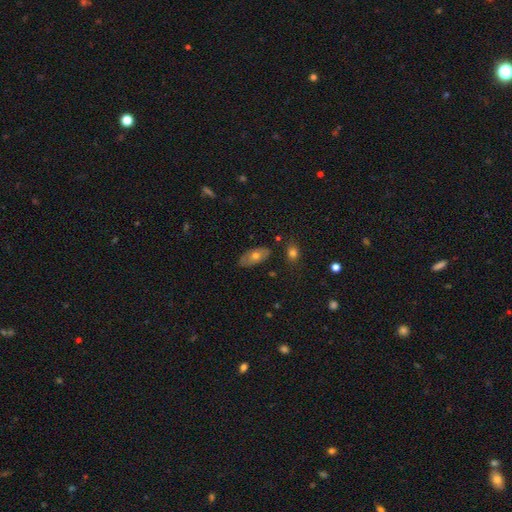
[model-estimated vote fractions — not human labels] Smooth or featured?
  - smooth: 61% *
  - featured or disk: 31%
  - star or artifact: 8%
How rounded?
  - in between: 89% *
  - cigar-shaped: 6%
  - round: 5%
Merging?
  - none: 80% *
  - minor disturbance: 14%
  - major disturbance: 3%
  - merger: 3%